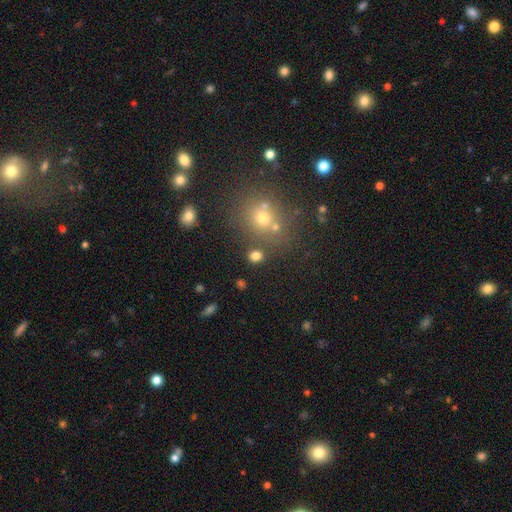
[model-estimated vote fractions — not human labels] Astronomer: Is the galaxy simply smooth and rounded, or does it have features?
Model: smooth — 76%.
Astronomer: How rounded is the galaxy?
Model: round — 72%.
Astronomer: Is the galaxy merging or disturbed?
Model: none — 77%.